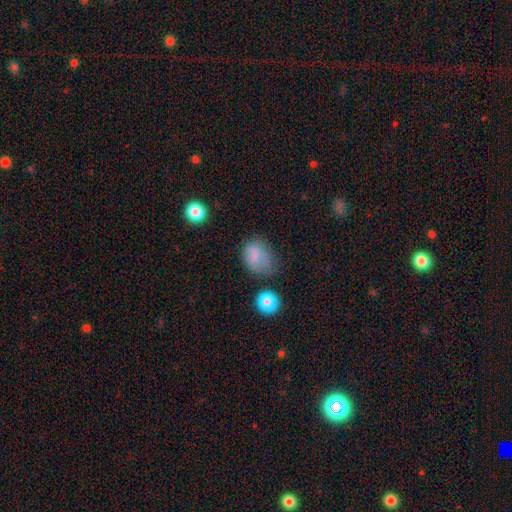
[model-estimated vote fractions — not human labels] Smooth or featured? Predicted: smooth (p=0.80). How rounded? Predicted: in between (p=0.66). Merging? Predicted: none (p=0.48).